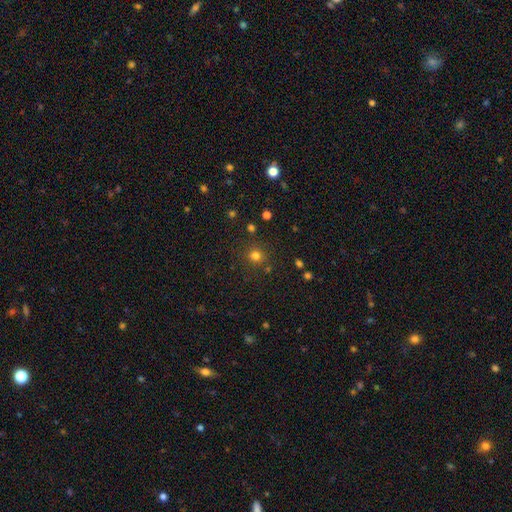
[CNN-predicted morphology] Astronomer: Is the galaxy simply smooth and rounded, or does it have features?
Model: smooth — 76%.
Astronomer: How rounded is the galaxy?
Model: round — 91%.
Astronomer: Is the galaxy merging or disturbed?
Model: none — 84%.